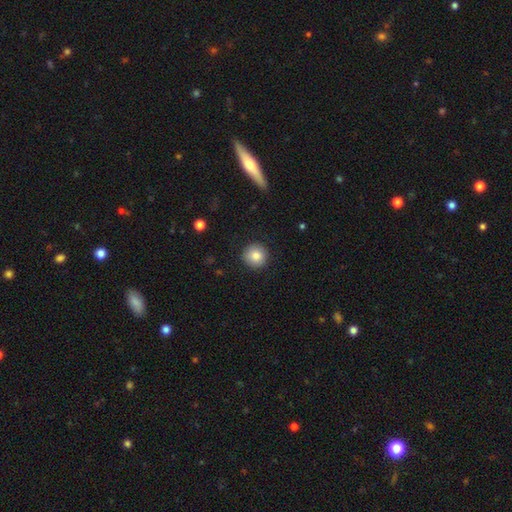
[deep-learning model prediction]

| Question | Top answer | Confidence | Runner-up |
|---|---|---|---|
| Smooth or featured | smooth | 85% | star or artifact (9%) |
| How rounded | round | 94% | in between (5%) |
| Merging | none | 90% | minor disturbance (7%) |